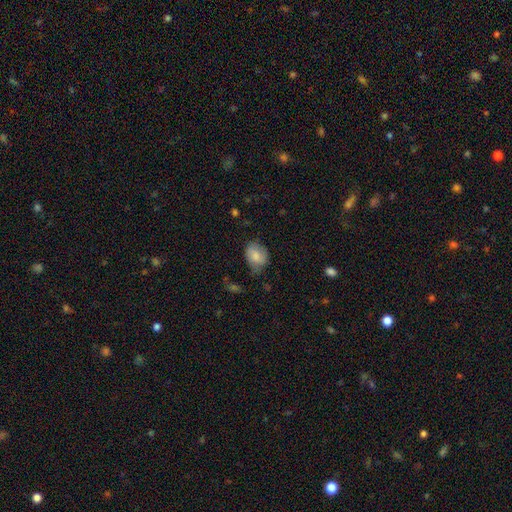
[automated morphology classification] Q: Smooth or featured?
A: smooth (77%); runner-up: featured or disk (16%)
Q: How rounded?
A: in between (66%); runner-up: round (33%)
Q: Merging?
A: none (58%); runner-up: minor disturbance (31%)